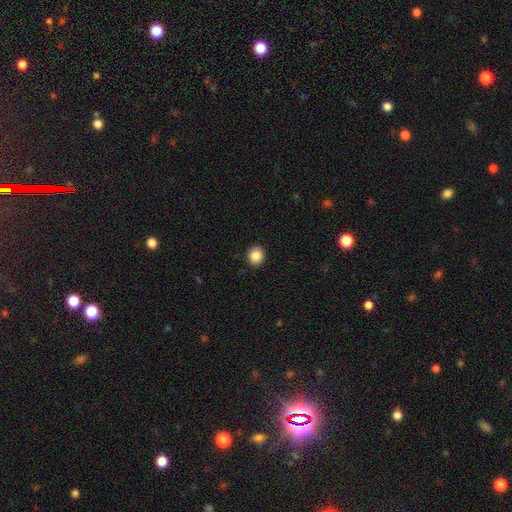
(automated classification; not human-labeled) smooth_or_featured: smooth (p=0.87) [alt: star or artifact p=0.09]
how_rounded: round (p=0.80) [alt: in between p=0.20]
merging: none (p=0.92) [alt: minor disturbance p=0.06]